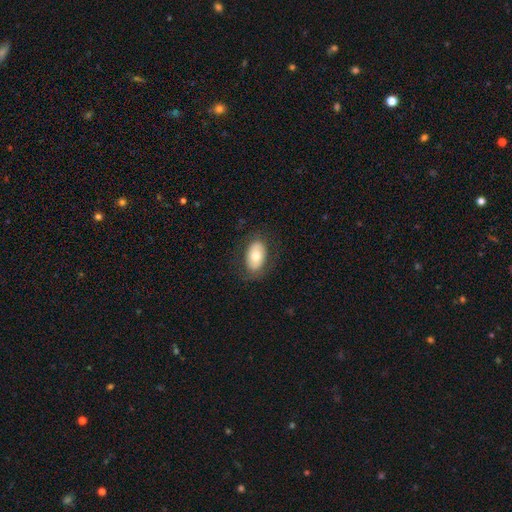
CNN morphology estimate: The model was most divided on "smooth or featured": smooth: 70%, featured or disk: 24%, star or artifact: 7%. More confident: how rounded — in between (91%); merging — none (80%).